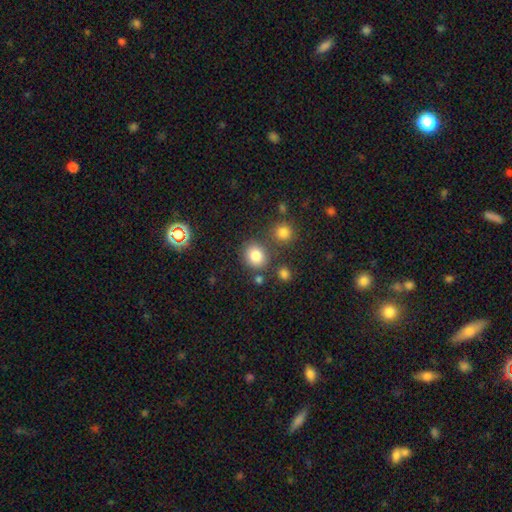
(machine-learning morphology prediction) Overall: smooth (82%). How rounded: round (73%). Merging: none (75%).